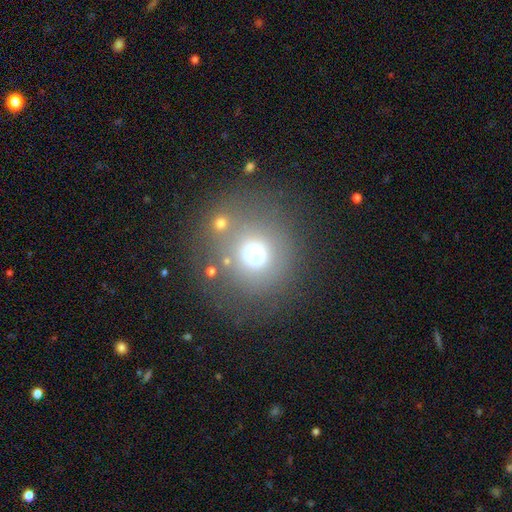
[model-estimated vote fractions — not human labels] Smooth or featured: smooth — 64% (star or artifact — 21%)
How rounded: round — 90% (in between — 9%)
Merging: none — 61% (merger — 17%)